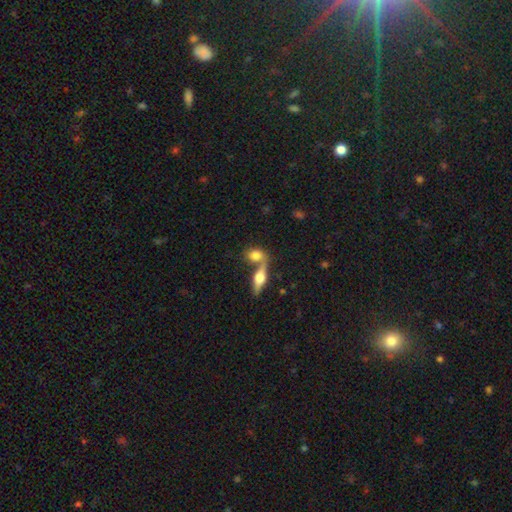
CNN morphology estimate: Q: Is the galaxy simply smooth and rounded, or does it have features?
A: smooth — 65%.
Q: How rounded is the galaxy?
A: in between — 63%.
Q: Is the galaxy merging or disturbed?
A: merger — 48%.